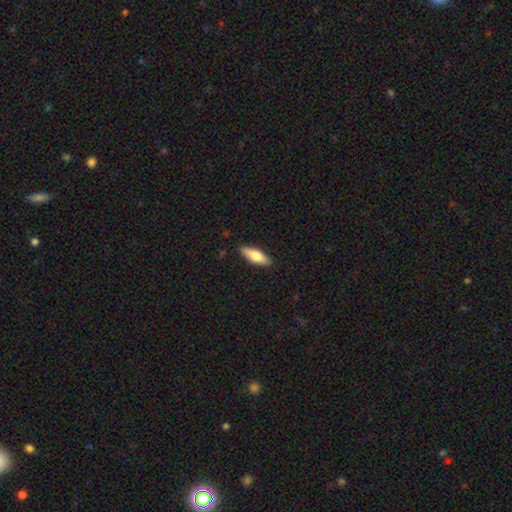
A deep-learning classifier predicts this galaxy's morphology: This appears to be a smooth galaxy with no disk features (68%) that is in between round and cigar-shaped (54%). Merging: none (88%).